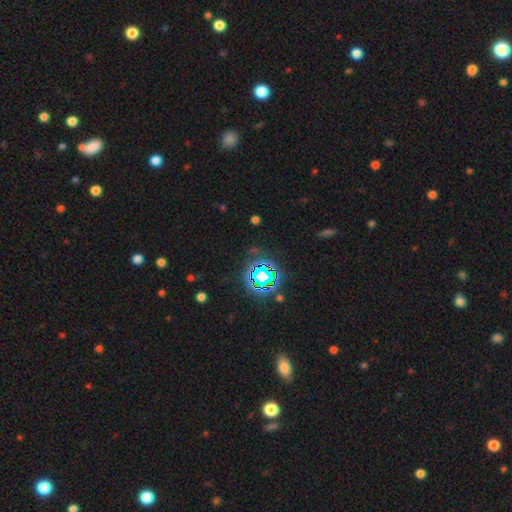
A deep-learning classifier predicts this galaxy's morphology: star or artifact 77%, smooth 15%, featured or disk 8%.